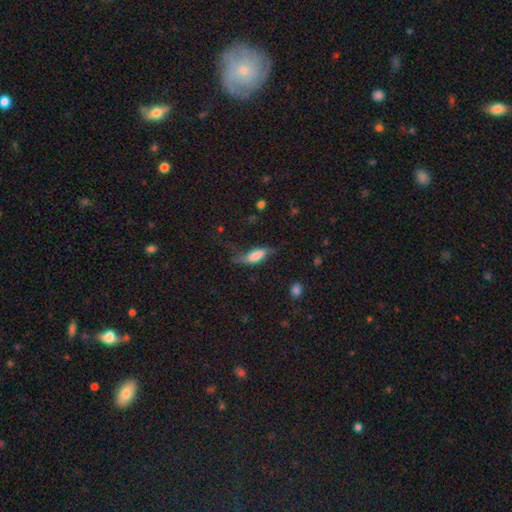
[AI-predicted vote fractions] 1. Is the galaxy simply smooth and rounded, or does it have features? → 64% smooth, 28% featured or disk, 8% star or artifact.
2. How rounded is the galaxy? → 68% in between, 29% cigar-shaped, 3% round.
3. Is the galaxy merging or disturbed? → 36% none, 31% major disturbance, 29% minor disturbance, 3% merger.